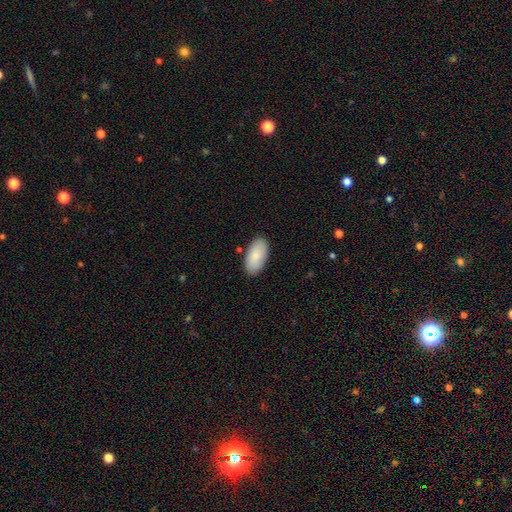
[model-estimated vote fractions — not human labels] smooth_or_featured: smooth (p=0.85) [alt: featured or disk p=0.10]
how_rounded: in between (p=0.95) [alt: cigar-shaped p=0.03]
merging: none (p=0.86) [alt: minor disturbance p=0.10]